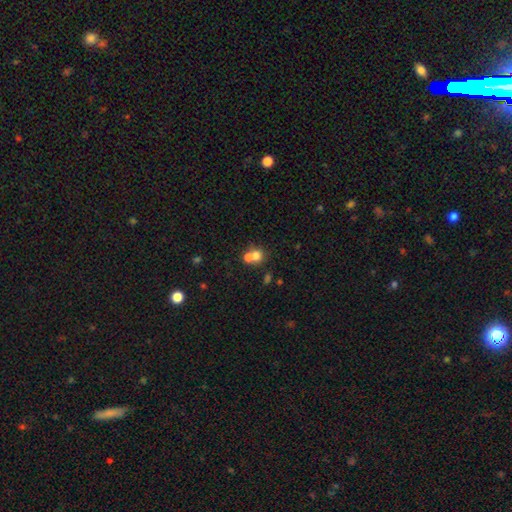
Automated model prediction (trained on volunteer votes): This appears to be a smooth galaxy with no disk features (70%) that is round (75%). Merging: merger (60%).